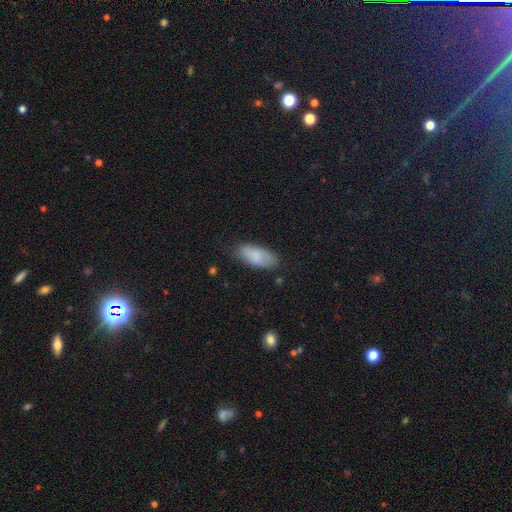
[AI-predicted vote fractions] Smooth or featured? smooth (84%)
How rounded? in between (84%)
Merging? none (76%)